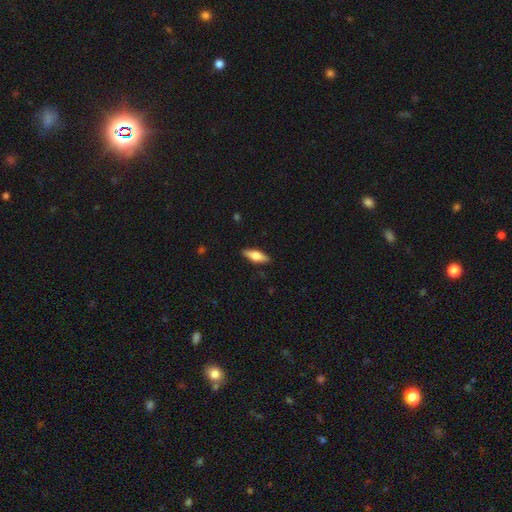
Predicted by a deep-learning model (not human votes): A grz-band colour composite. It shows a smooth galaxy with no disk features (56%) that is in between round and cigar-shaped (56%). Merging: none (88%).